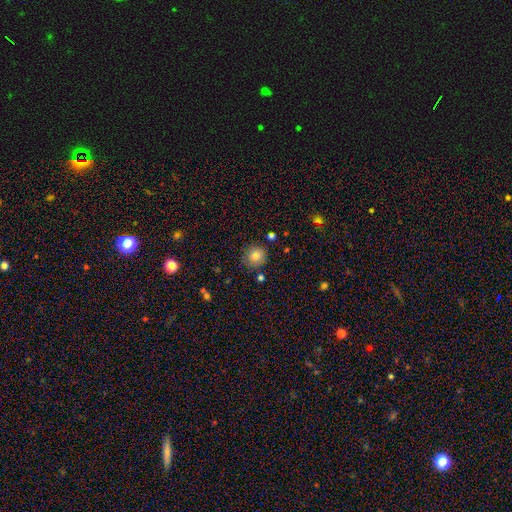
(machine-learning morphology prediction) Smooth or featured: smooth — 81% (star or artifact — 11%)
How rounded: round — 92% (in between — 7%)
Merging: none — 84% (minor disturbance — 10%)